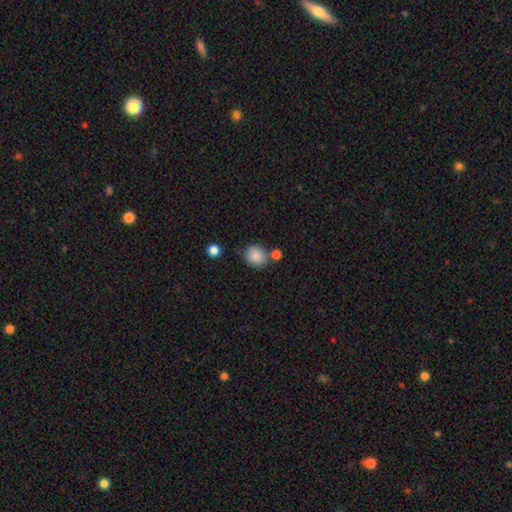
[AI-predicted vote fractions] smooth_or_featured: smooth (p=0.87) [alt: star or artifact p=0.09]
how_rounded: round (p=0.81) [alt: in between p=0.18]
merging: none (p=0.70) [alt: minor disturbance p=0.13]